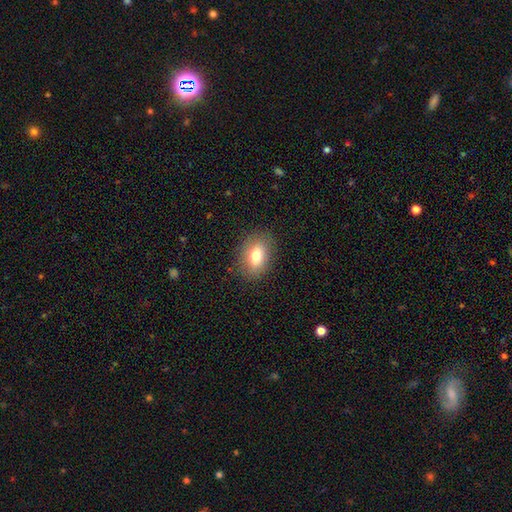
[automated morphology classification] Smooth or featured?
  - smooth: 77% *
  - featured or disk: 14%
  - star or artifact: 9%
How rounded?
  - in between: 81% *
  - round: 17%
  - cigar-shaped: 2%
Merging?
  - none: 85% *
  - minor disturbance: 11%
  - major disturbance: 3%
  - merger: 1%